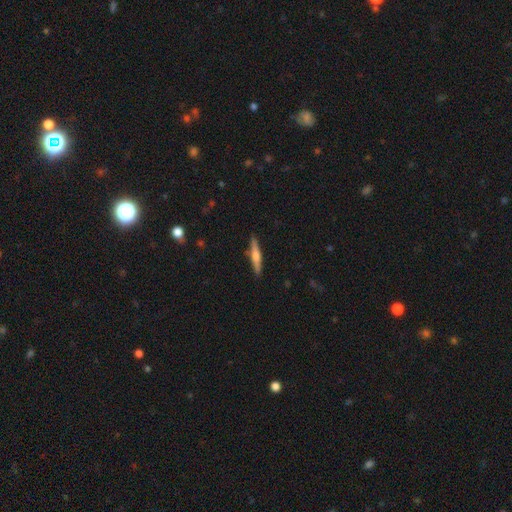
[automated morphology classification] A featured or disk galaxy (53%) viewed edge-on (97%) with a rounded central bulge (82%). Merging: none (90%).